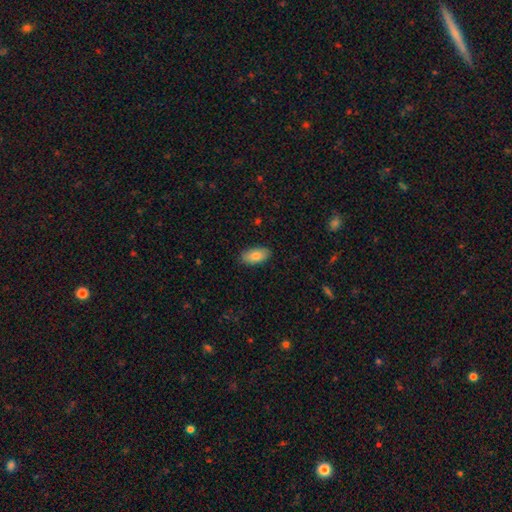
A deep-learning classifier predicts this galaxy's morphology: Smooth or featured? Predicted: smooth (p=0.81). How rounded? Predicted: in between (p=0.93). Merging? Predicted: none (p=0.87).